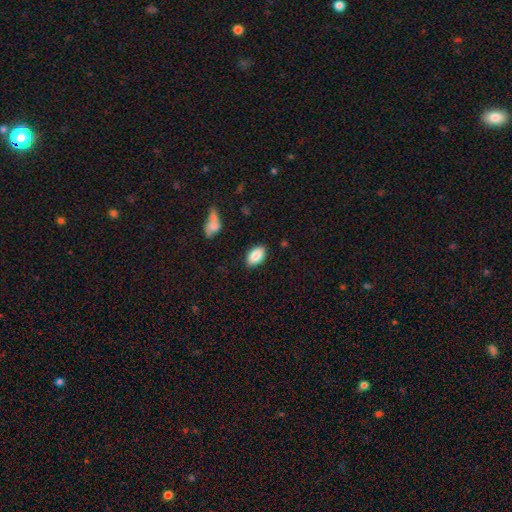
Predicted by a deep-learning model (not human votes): The model was most divided on "merging": none: 86%, minor disturbance: 9%, major disturbance: 2%, merger: 2%. More confident: how rounded — in between (92%); smooth or featured — smooth (87%).